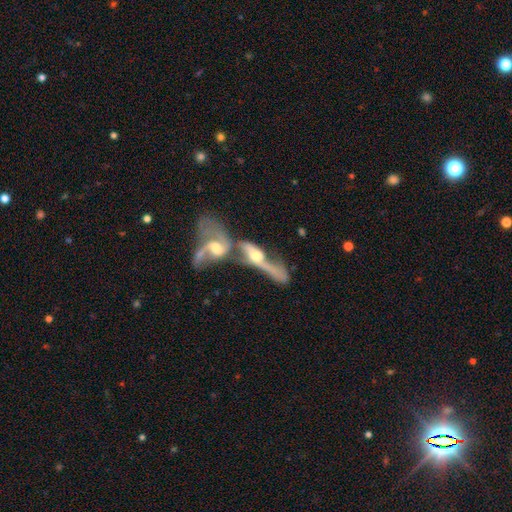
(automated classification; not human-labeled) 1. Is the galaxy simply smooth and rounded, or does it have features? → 70% featured or disk, 22% smooth, 8% star or artifact.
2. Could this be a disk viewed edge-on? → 64% no, 36% yes.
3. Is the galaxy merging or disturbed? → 79% merger, 9% major disturbance, 8% none, 5% minor disturbance.